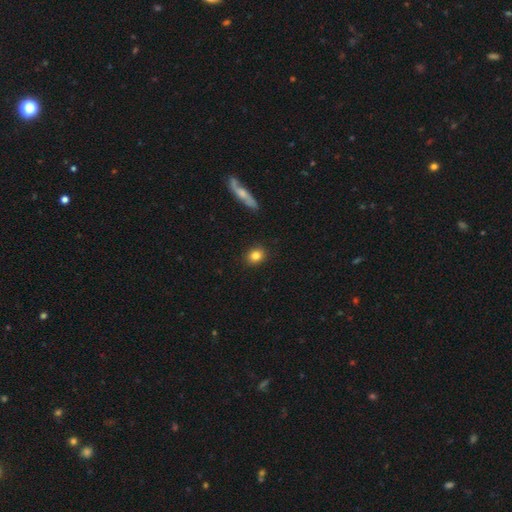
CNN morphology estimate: smooth_or_featured: smooth (p=0.84) [alt: star or artifact p=0.09]
how_rounded: round (p=0.66) [alt: in between p=0.32]
merging: none (p=0.90) [alt: minor disturbance p=0.07]